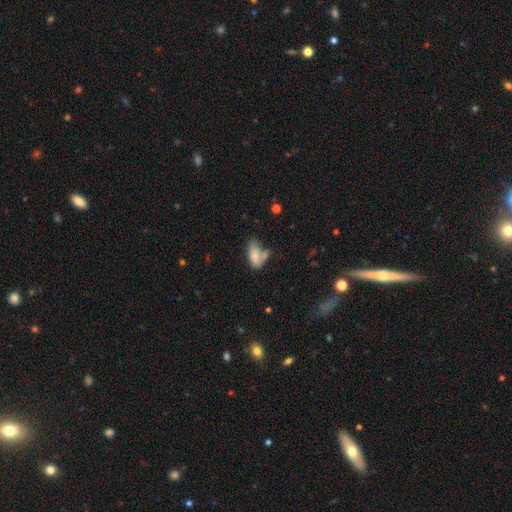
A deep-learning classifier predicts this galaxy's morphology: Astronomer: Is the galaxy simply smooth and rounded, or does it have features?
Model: smooth — 79%.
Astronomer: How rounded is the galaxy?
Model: in between — 90%.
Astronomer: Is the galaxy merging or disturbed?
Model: none — 38% (runner-up: merger, 28%).